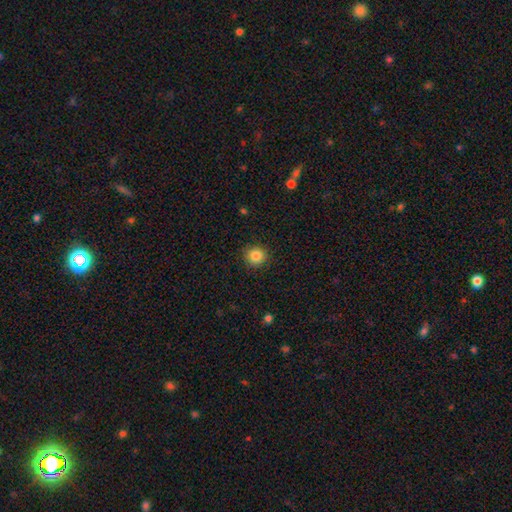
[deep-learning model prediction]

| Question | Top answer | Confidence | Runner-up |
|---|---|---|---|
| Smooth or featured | smooth | 86% | star or artifact (10%) |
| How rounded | round | 91% | in between (8%) |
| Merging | none | 90% | minor disturbance (7%) |